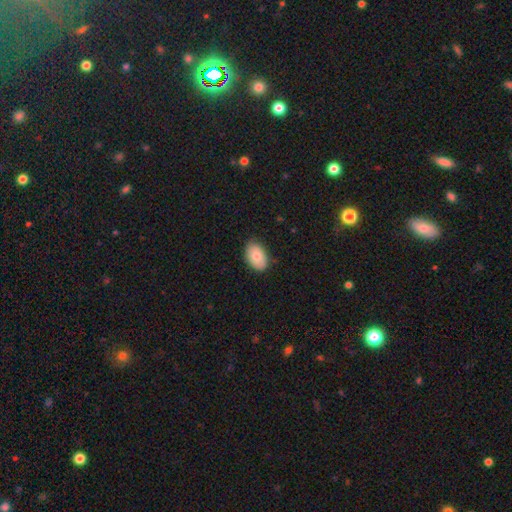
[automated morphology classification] This is clearly a smooth galaxy (81%). How rounded: clearly in between (90%). Merging: clearly none (84%).